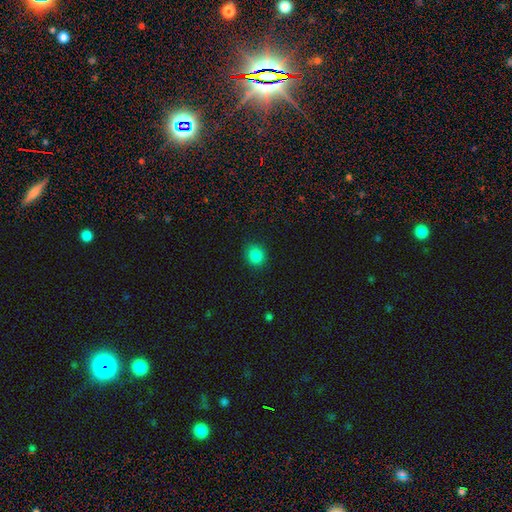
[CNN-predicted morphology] Smooth or featured? smooth (85%)
How rounded? round (82%)
Merging? none (90%)